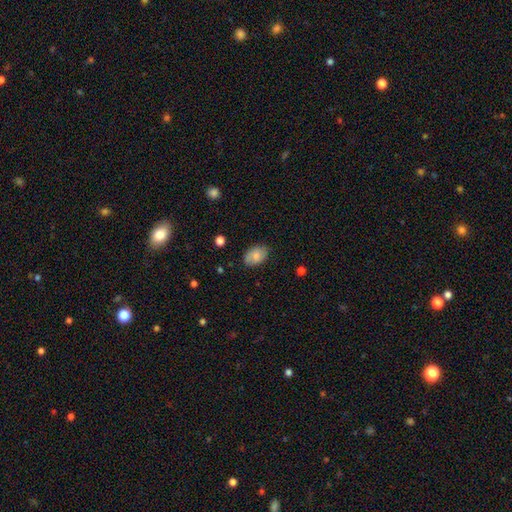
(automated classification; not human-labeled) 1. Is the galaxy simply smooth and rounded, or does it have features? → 75% smooth, 17% featured or disk, 8% star or artifact.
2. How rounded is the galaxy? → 85% in between, 14% round, 1% cigar-shaped.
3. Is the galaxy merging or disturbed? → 79% none, 17% minor disturbance, 3% major disturbance, 1% merger.